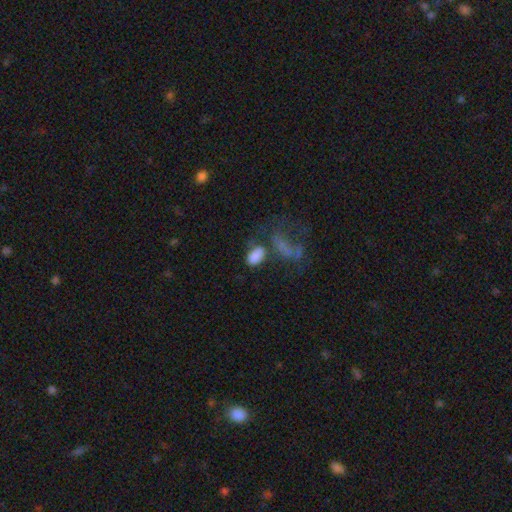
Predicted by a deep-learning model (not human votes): smooth 80%, star or artifact 11%, featured or disk 9%. Down the decision tree: how rounded — in between (92%); merging — none (44%).